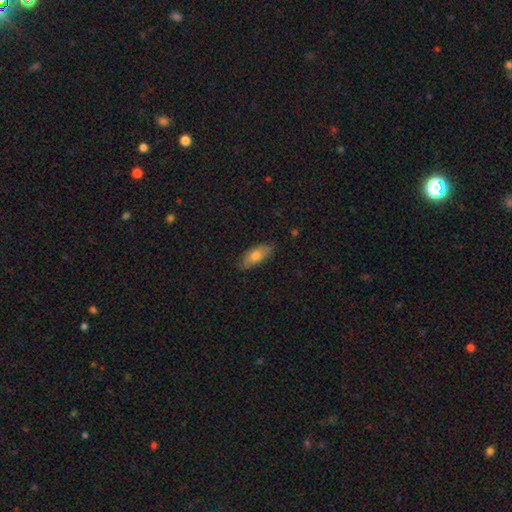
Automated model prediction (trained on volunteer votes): Overall: smooth (76%). How rounded: in between (82%). Merging: none (84%).